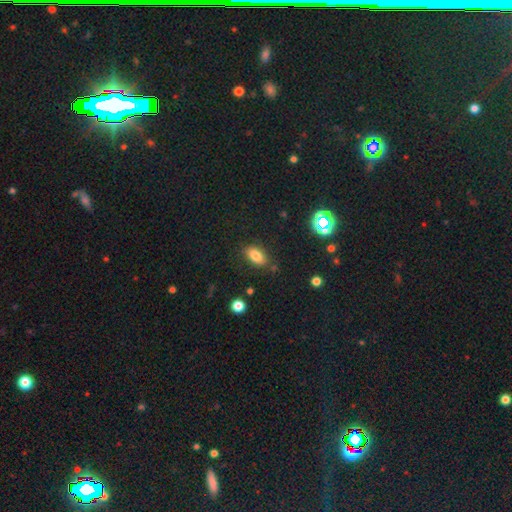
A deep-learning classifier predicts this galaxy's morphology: smooth 80%, star or artifact 11%, featured or disk 9%. Down the decision tree: how rounded — in between (87%); merging — none (82%).